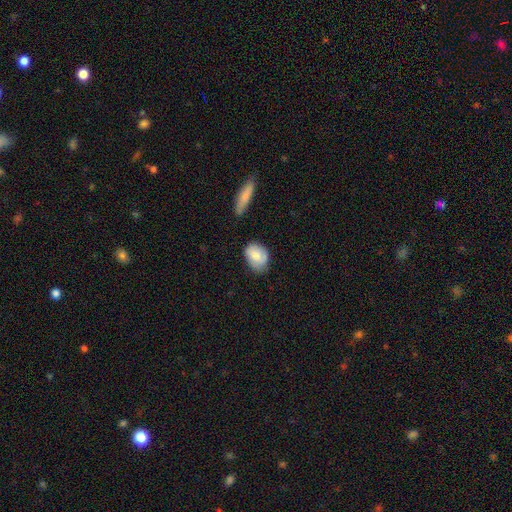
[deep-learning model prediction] A smooth galaxy with no disk features (75%) that is in between round and cigar-shaped (71%).

Vote fractions:
- Smooth or featured? smooth: 75% / featured or disk: 19% / star or artifact: 6%
- How rounded? in between: 71% / round: 27% / cigar-shaped: 2%
- Merging? none: 64% / minor disturbance: 28% / major disturbance: 5% / merger: 3%